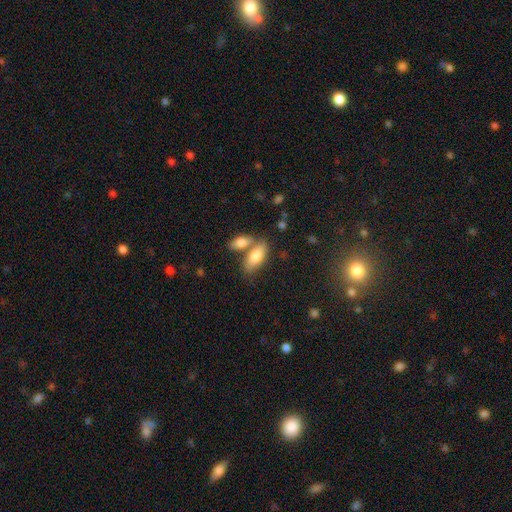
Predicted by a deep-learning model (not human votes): The model was most divided on "merging": none: 46%, merger: 40%, minor disturbance: 11%, major disturbance: 4%. More confident: how rounded — in between (83%); smooth or featured — smooth (80%).